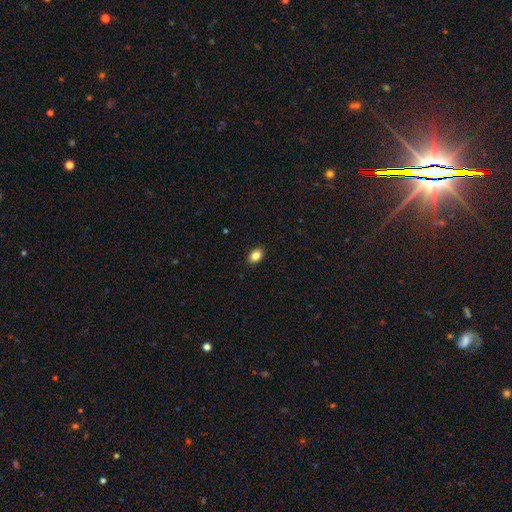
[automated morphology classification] Smooth or featured: smooth — 85% (star or artifact — 9%)
How rounded: in between — 78% (round — 21%)
Merging: none — 90% (minor disturbance — 8%)